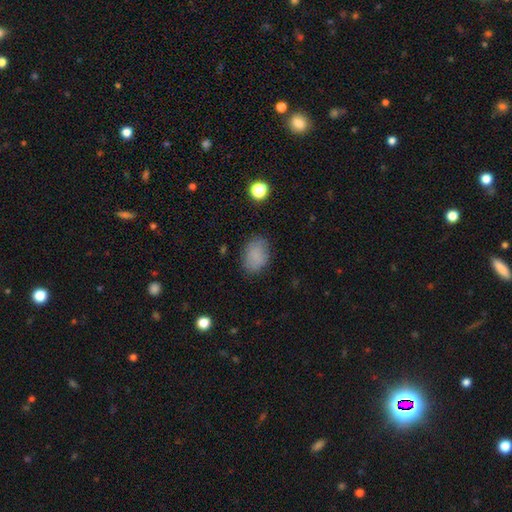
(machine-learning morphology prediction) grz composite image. It shows a smooth galaxy with no disk features (83%) that is in between round and cigar-shaped (79%). Merging: none (78%).